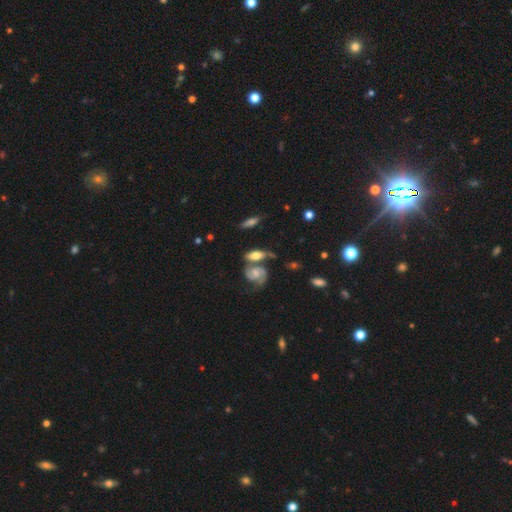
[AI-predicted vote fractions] Smooth or featured: featured or disk — 61% (smooth — 31%)
Edge-on disk: no — 77% (yes — 23%)
Merging: none — 43% (merger — 33%)